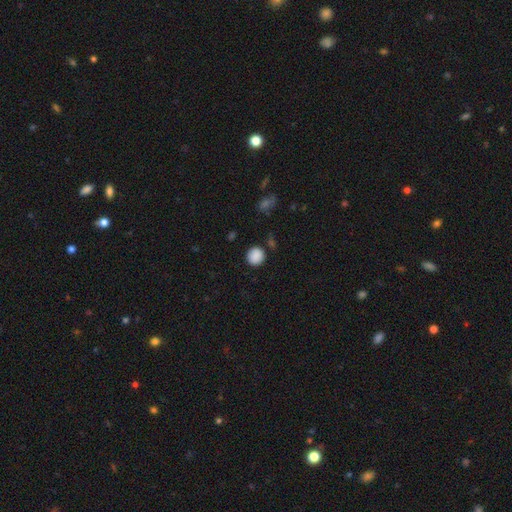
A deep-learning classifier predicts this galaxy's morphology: This is clearly a smooth galaxy (88%). How rounded: clearly round (91%). Merging: clearly none (86%).